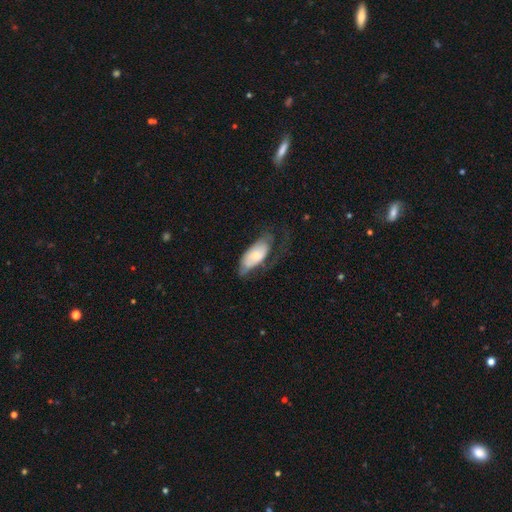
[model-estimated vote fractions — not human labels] smooth-or-featured: smooth: 57% | featured or disk: 37% | star or artifact: 6%
  how-rounded: in between: 88% | cigar-shaped: 10% | round: 2%
  merging: major disturbance: 35% | none: 34% | minor disturbance: 29% | merger: 2%